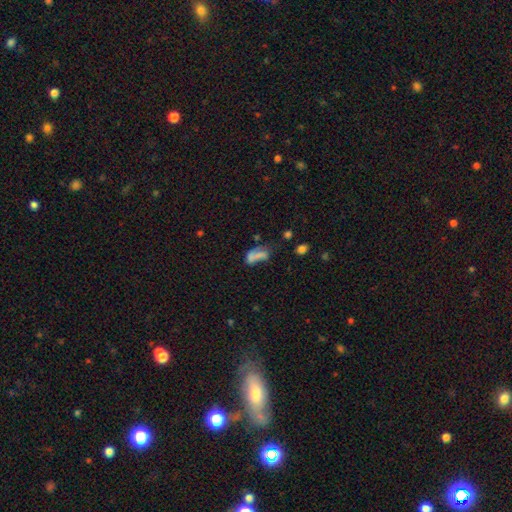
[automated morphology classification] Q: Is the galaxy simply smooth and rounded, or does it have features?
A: smooth — 57%.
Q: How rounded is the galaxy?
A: in between — 79%.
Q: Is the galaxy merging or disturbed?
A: major disturbance — 34%.